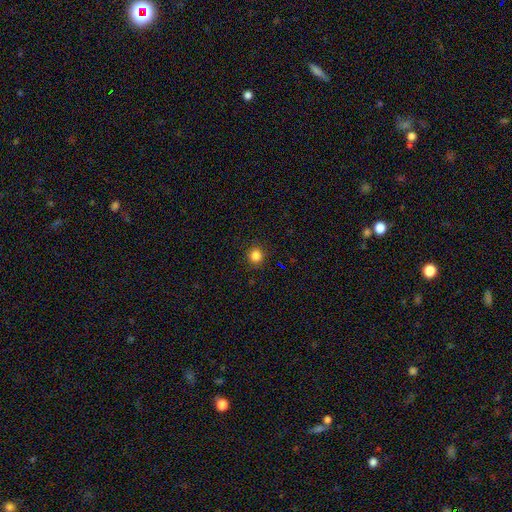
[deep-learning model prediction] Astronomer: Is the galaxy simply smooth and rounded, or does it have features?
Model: smooth — 84%.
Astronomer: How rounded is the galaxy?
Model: round — 93%.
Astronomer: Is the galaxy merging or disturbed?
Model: none — 91%.